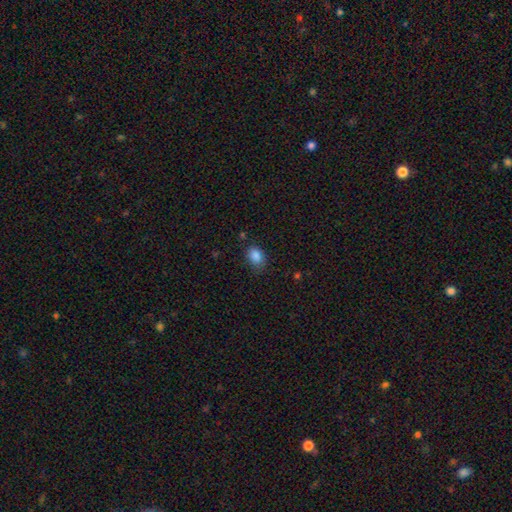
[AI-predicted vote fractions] smooth 86%, star or artifact 10%, featured or disk 5%. Down the decision tree: how rounded — in between (76%); merging — none (70%).